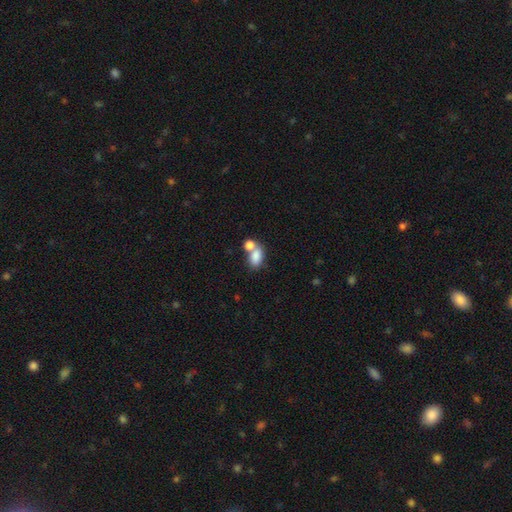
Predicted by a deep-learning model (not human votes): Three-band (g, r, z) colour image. It shows a smooth galaxy with no disk features (81%) that is in between round and cigar-shaped (85%). Merging: merger (51%).